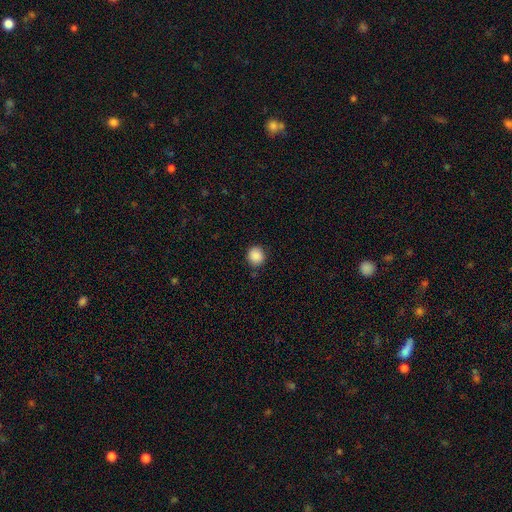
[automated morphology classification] Overall: smooth (88%). How rounded: round (88%). Merging: none (85%).